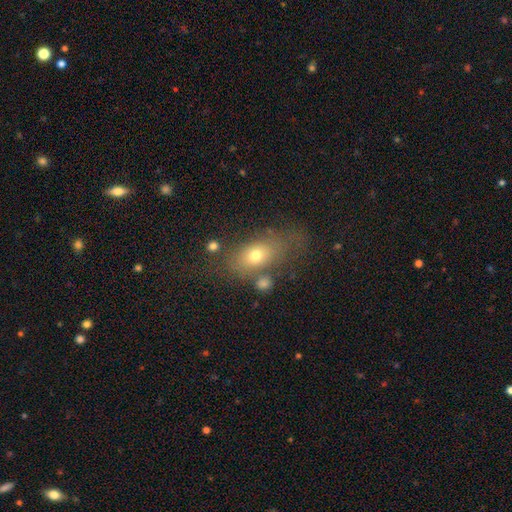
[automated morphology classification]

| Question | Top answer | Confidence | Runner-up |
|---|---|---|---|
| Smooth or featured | smooth | 67% | featured or disk (21%) |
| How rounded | in between | 77% | round (17%) |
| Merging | none | 56% | minor disturbance (20%) |